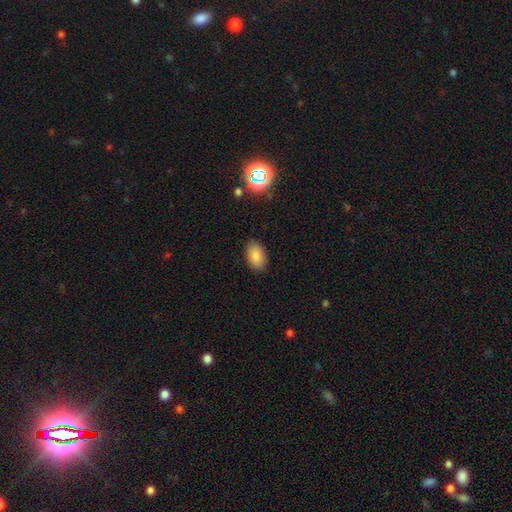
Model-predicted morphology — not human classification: This appears to be a smooth galaxy with no disk features (85%) that is in between round and cigar-shaped (91%). Merging: none (87%).